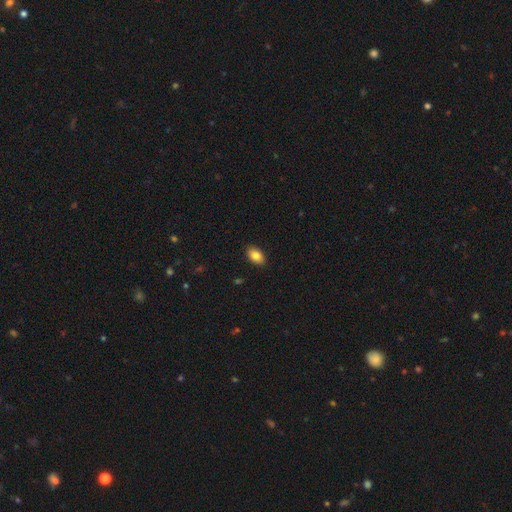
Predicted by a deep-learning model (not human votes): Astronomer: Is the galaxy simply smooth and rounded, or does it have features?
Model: smooth — 84%.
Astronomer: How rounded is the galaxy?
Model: in between — 91%.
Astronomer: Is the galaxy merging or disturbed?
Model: none — 90%.